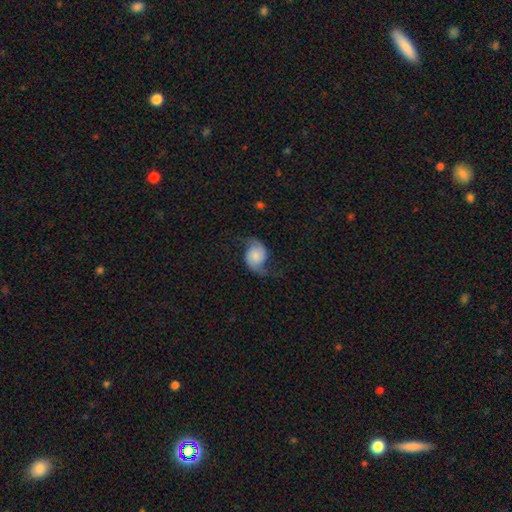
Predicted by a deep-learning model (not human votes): Smooth or featured? featured or disk (74%)
Edge-on disk? no (98%)
Bar? no (72%)
Spiral arms? yes (95%)
Spiral winding? loose (66%)
Spiral arm count? 2 (93%)
Bulge size? small (33%)
Merging? none (68%)